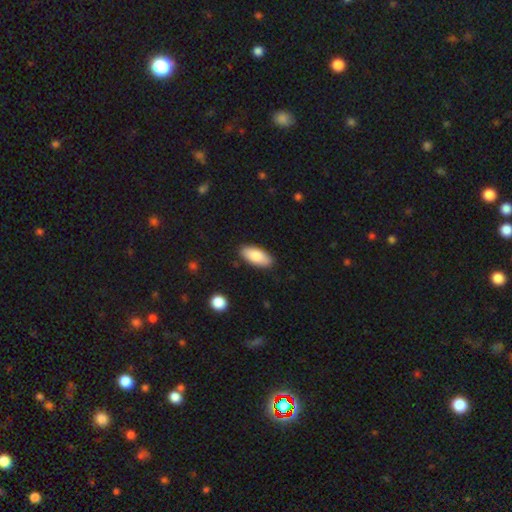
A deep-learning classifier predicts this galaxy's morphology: Smooth or featured? smooth (84%)
How rounded? in between (89%)
Merging? none (88%)